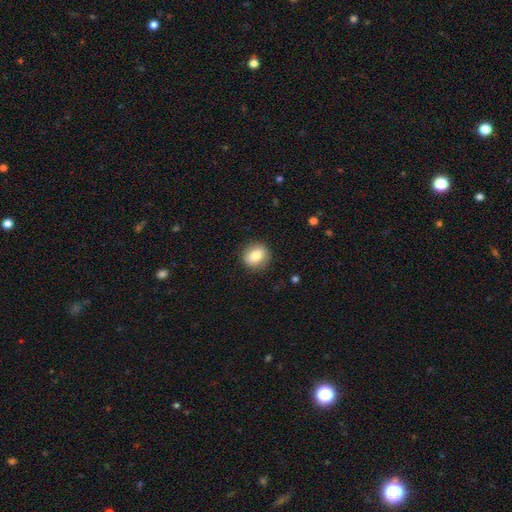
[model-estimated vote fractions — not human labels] smooth 79%, featured or disk 13%, star or artifact 8%. Down the decision tree: how rounded — round (69%); merging — none (87%).